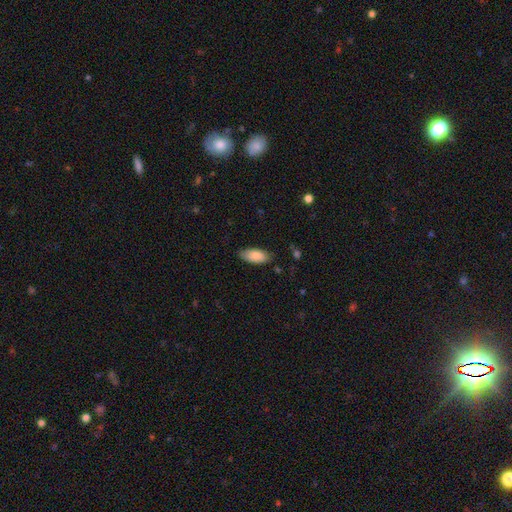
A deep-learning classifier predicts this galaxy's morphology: Overall: smooth (87%). How rounded: in between (90%). Merging: none (78%).